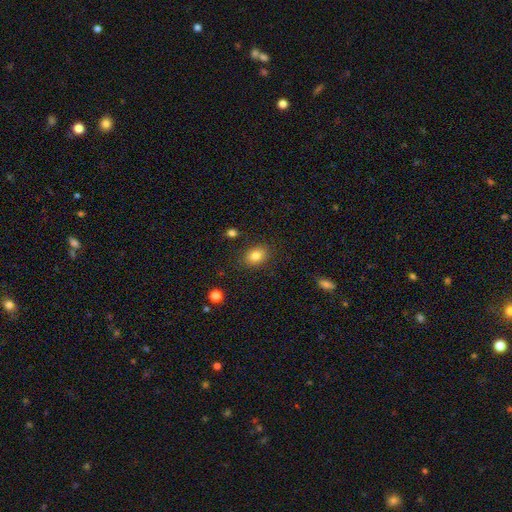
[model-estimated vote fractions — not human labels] smooth 82%, star or artifact 10%, featured or disk 8%. Down the decision tree: how rounded — in between (72%); merging — none (85%).